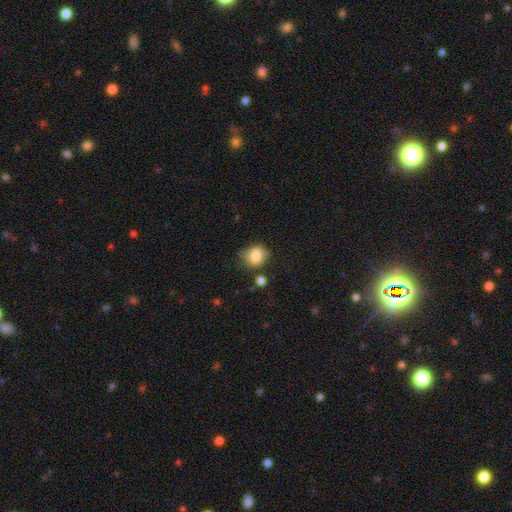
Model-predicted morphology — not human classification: Smooth or featured?
  - smooth: 79% *
  - featured or disk: 12%
  - star or artifact: 9%
How rounded?
  - round: 59% *
  - in between: 40%
  - cigar-shaped: 1%
Merging?
  - none: 60% *
  - minor disturbance: 26%
  - major disturbance: 8%
  - merger: 6%